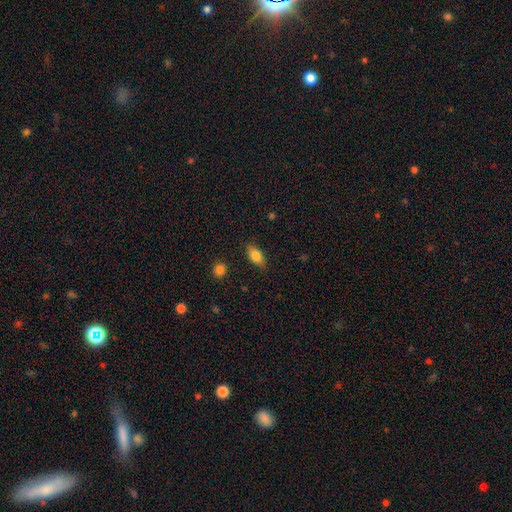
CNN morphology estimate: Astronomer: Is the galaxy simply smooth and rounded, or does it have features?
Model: smooth — 82%.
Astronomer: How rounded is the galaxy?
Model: in between — 87%.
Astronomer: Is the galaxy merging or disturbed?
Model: none — 83%.